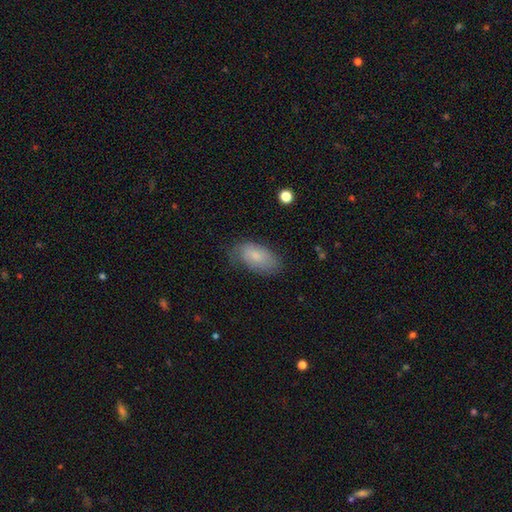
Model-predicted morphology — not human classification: This is likely a smooth galaxy (74%). How rounded: clearly in between (93%). Merging: likely none (65%).